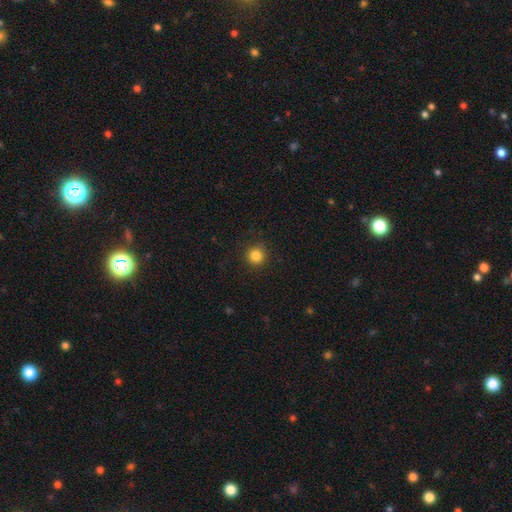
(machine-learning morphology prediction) smooth_or_featured: smooth (p=0.85) [alt: star or artifact p=0.12]
how_rounded: round (p=0.94) [alt: in between p=0.05]
merging: none (p=0.91) [alt: minor disturbance p=0.06]